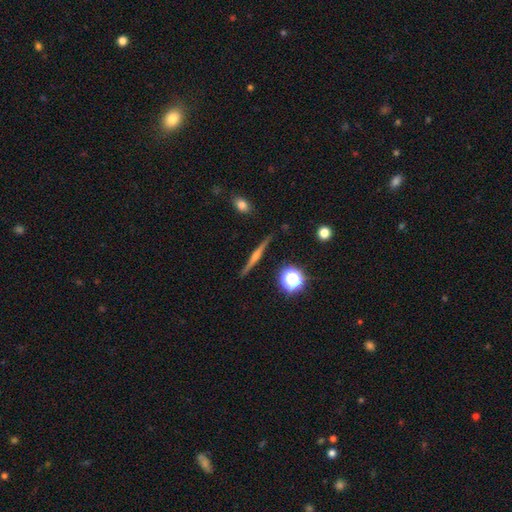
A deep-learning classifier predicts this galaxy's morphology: A featured or disk galaxy (72%) viewed edge-on (97%) with a rounded central bulge (78%).

Vote fractions:
- Smooth or featured? featured or disk: 72% / smooth: 19% / star or artifact: 10%
- Edge-on disk? yes: 97% / no: 3%
- Edge-on bulge? rounded: 78% / none: 12% / boxy: 10%
- Merging? none: 89% / minor disturbance: 8% / major disturbance: 2% / merger: 1%